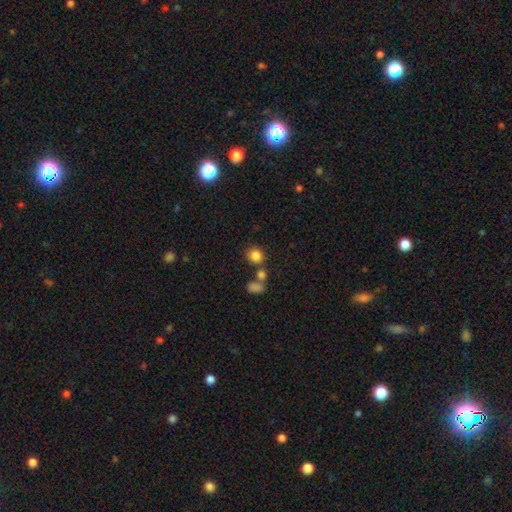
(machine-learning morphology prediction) Q: Smooth or featured?
A: smooth (83%); runner-up: star or artifact (11%)
Q: How rounded?
A: round (80%); runner-up: in between (19%)
Q: Merging?
A: none (67%); runner-up: merger (19%)